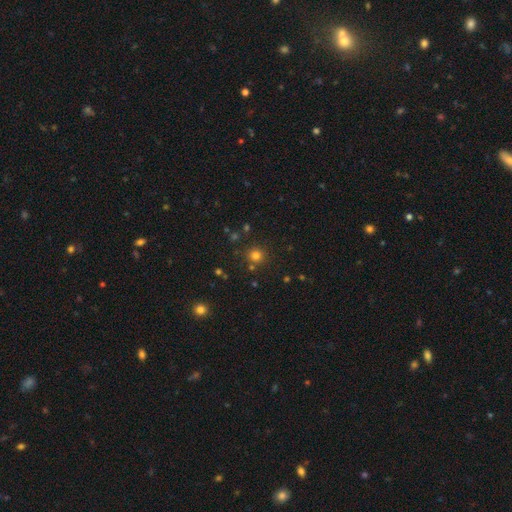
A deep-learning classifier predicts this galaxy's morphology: smooth 77%, star or artifact 18%, featured or disk 5%. Down the decision tree: how rounded — round (93%); merging — none (84%).